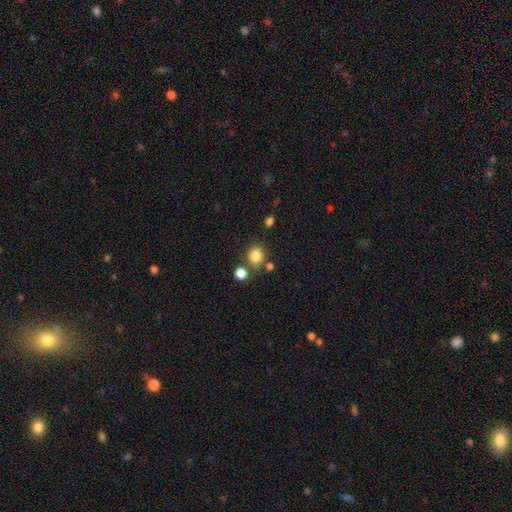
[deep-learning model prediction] Smooth or featured: smooth — 82% (star or artifact — 12%)
How rounded: round — 77% (in between — 22%)
Merging: none — 71% (merger — 13%)